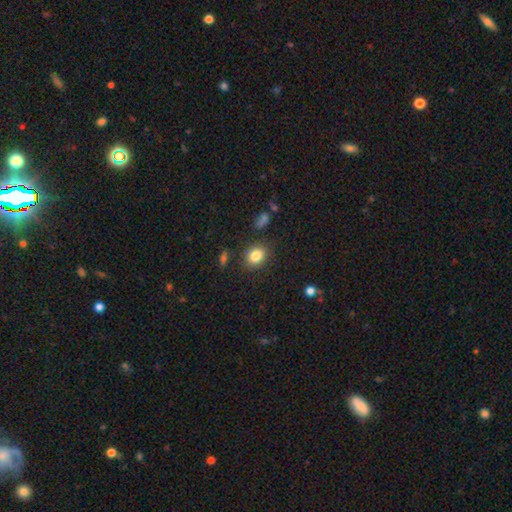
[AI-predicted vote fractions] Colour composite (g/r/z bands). It shows a smooth galaxy with no disk features (83%) that is in between round and cigar-shaped (52%). Merging: none (84%).